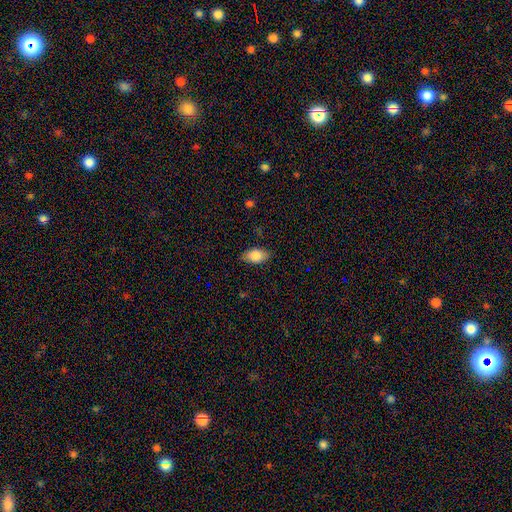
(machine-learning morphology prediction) This is clearly a smooth galaxy (83%). How rounded: clearly in between (91%). Merging: clearly none (84%).